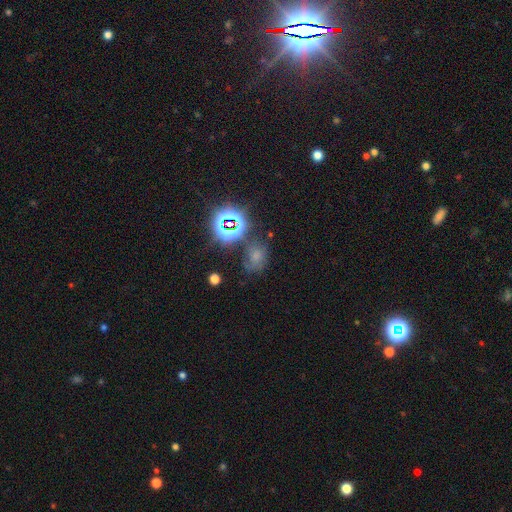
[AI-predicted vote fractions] The model was most divided on "smooth or featured": smooth: 47%, star or artifact: 39%, featured or disk: 14%. More confident: merging — none (50%).